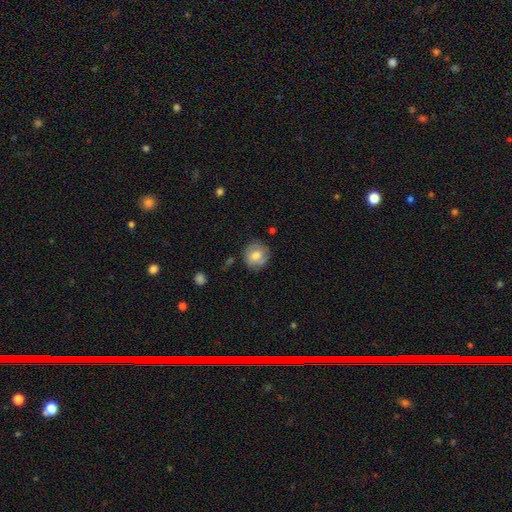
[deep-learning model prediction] smooth-or-featured: smooth: 67% | featured or disk: 25% | star or artifact: 8%
  how-rounded: round: 84% | in between: 15% | cigar-shaped: 1%
  merging: none: 75% | minor disturbance: 18% | major disturbance: 5% | merger: 2%